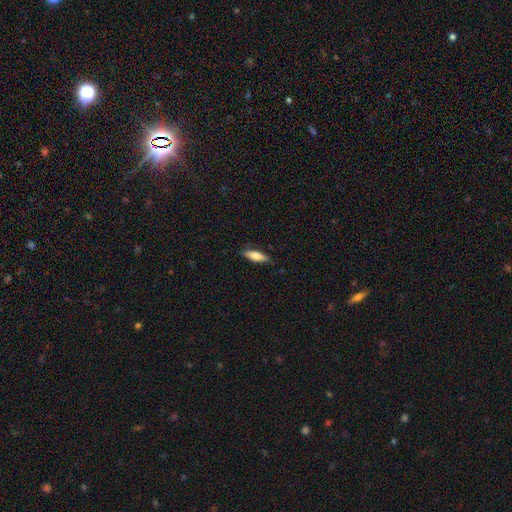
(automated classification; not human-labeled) Smooth or featured? Predicted: smooth (p=0.68). How rounded? Predicted: in between (p=0.50). Merging? Predicted: none (p=0.84).